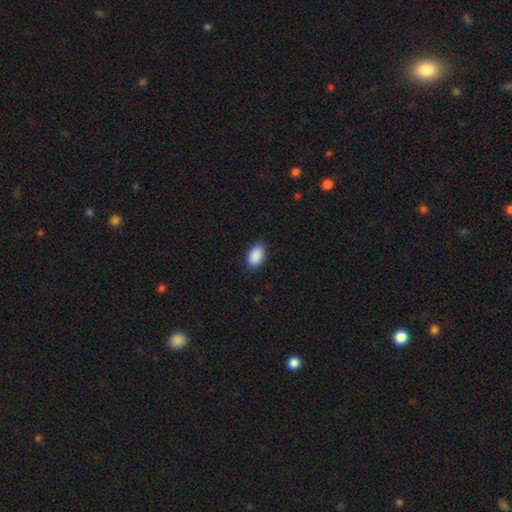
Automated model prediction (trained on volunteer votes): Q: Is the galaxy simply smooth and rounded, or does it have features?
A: smooth — 91%.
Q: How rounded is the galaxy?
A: in between — 91%.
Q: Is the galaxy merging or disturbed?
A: none — 85%.